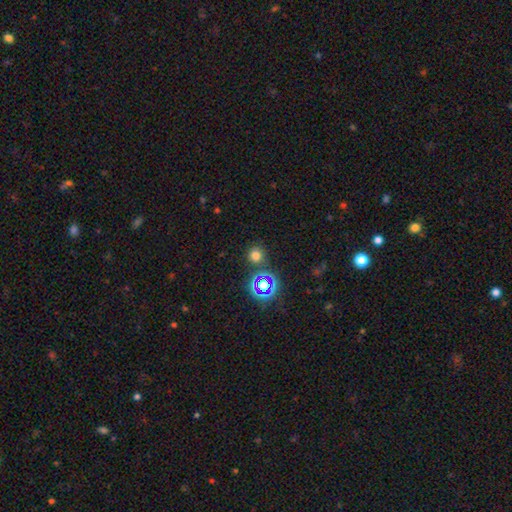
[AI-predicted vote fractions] Overall: smooth (67%). How rounded: round (90%). Merging: none (81%).